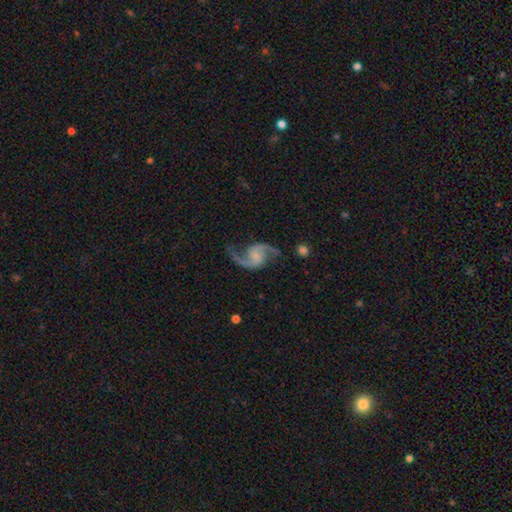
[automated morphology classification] A featured or disk galaxy (92%) with no bar (51%), 2 (94%) loose (66%) spiral arms (98%) and no central bulge (37%).

Vote fractions:
- Smooth or featured? featured or disk: 92% / star or artifact: 4% / smooth: 4%
- Edge-on disk? no: 98% / yes: 2%
- Bar? no: 51% / weak: 39% / strong: 9%
- Spiral arms? yes: 98% / no: 2%
- Spiral winding? loose: 66% / medium: 29% / tight: 4%
- Spiral arm count? 2: 94% / 1: 2% / can't tell: 1% / 3: 1% / 4: 1% / more than 4: 1%
- Bulge size? none: 37% / small: 36% / moderate: 21% / large: 5% / dominant: 2%
- Merging? none: 77% / minor disturbance: 14% / major disturbance: 7% / merger: 2%